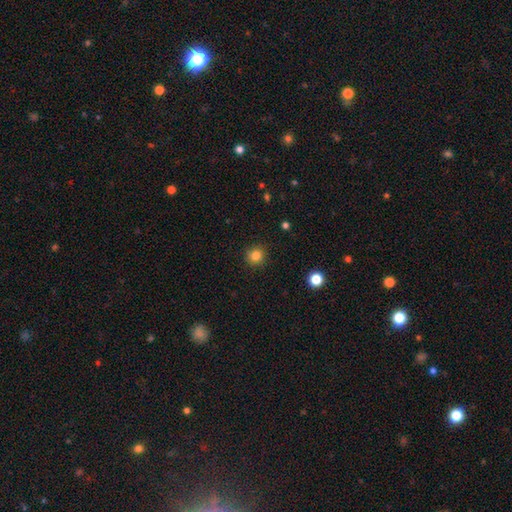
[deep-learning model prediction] This is clearly a smooth galaxy (83%). How rounded: clearly round (92%). Merging: clearly none (91%).